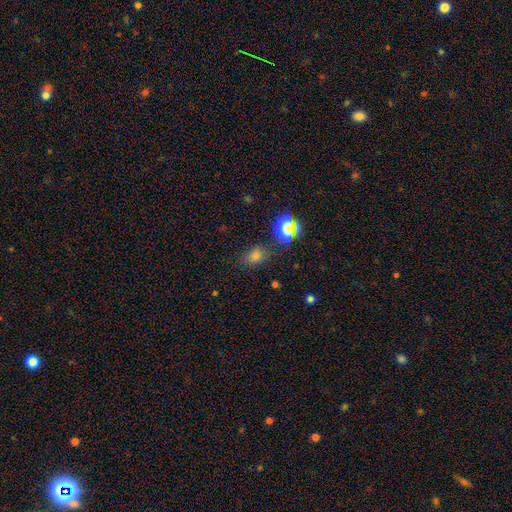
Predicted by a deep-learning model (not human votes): Smooth or featured? smooth (66%)
How rounded? in between (59%)
Merging? none (75%)